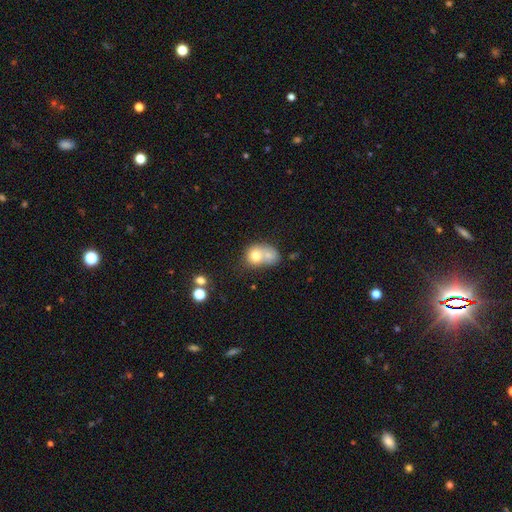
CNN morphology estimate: Smooth or featured? Predicted: smooth (p=0.68). How rounded? Predicted: round (p=0.59). Merging? Predicted: merger (p=0.66).